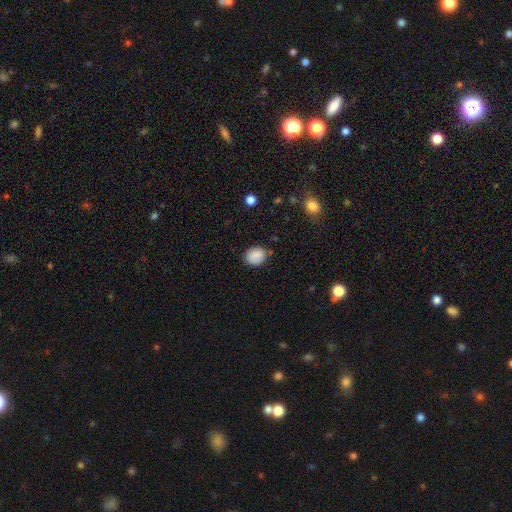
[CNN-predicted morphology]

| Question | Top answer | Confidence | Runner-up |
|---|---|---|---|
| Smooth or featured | smooth | 87% | star or artifact (8%) |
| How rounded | round | 57% | in between (42%) |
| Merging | none | 80% | minor disturbance (15%) |